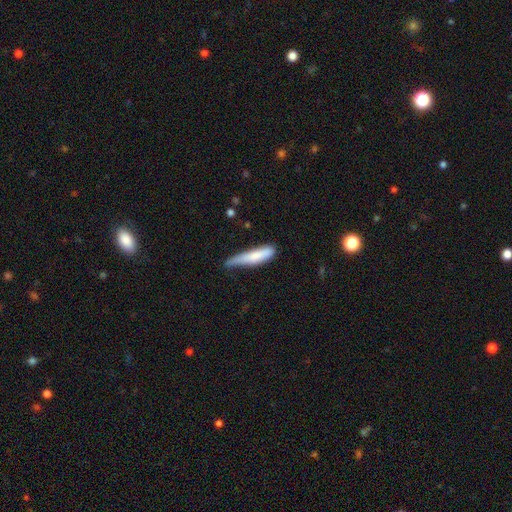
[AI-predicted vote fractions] Smooth or featured: smooth — 61% (featured or disk — 29%)
How rounded: cigar-shaped — 86% (in between — 13%)
Merging: none — 58% (minor disturbance — 31%)